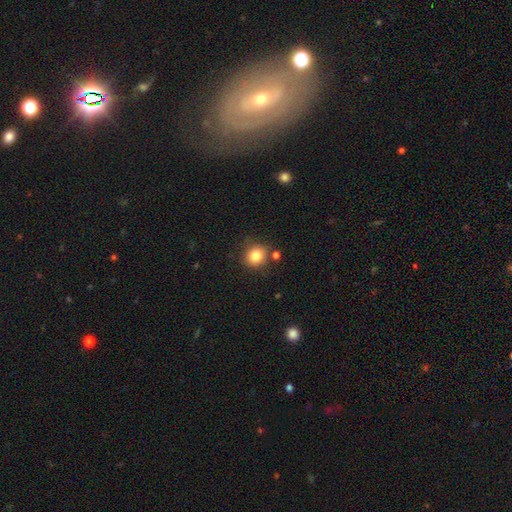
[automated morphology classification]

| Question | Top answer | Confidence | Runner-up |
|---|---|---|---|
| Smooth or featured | smooth | 83% | star or artifact (11%) |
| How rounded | round | 80% | in between (19%) |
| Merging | none | 78% | minor disturbance (12%) |